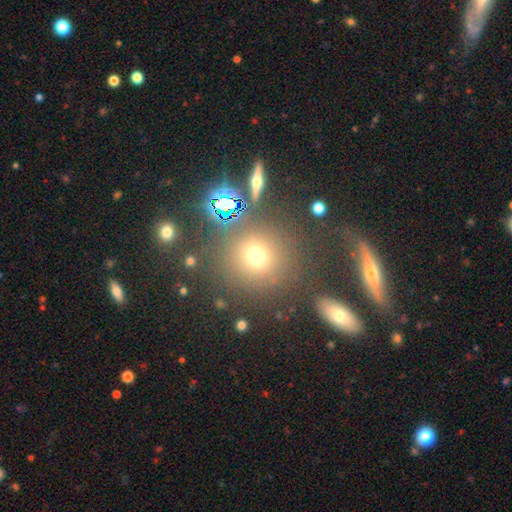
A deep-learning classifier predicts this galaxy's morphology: This is likely a smooth galaxy (65%). How rounded: clearly round (91%). Merging: likely none (79%).